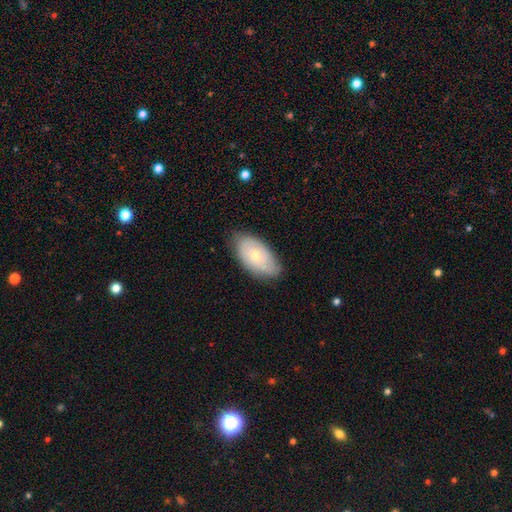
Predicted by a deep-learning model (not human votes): Smooth or featured? Predicted: smooth (p=0.50). Merging? Predicted: none (p=0.76).